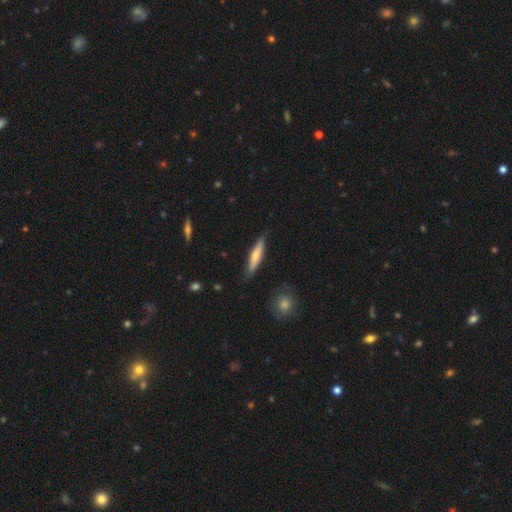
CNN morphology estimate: Smooth or featured? smooth (66%)
How rounded? cigar-shaped (85%)
Merging? none (82%)